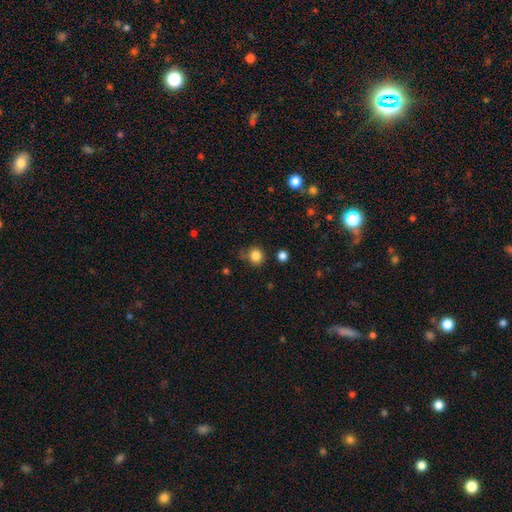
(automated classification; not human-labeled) Smooth or featured? smooth (83%)
How rounded? round (86%)
Merging? none (75%)